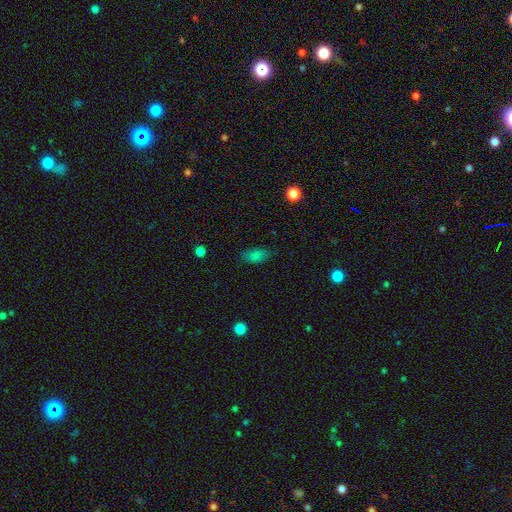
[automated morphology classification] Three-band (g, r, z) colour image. It shows a smooth galaxy with no disk features (81%) that is in between round and cigar-shaped (89%). Merging: none (81%).